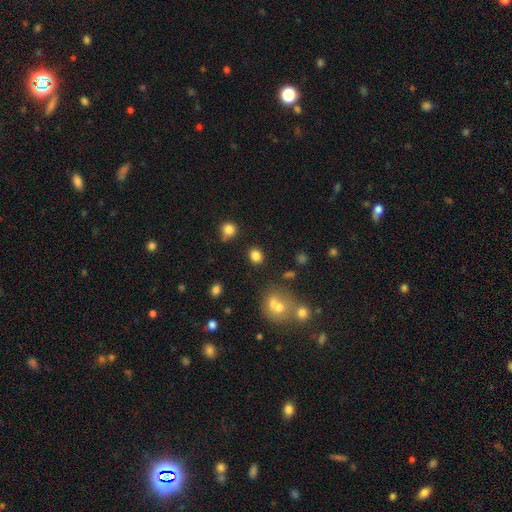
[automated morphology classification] smooth 83%, star or artifact 12%, featured or disk 5%. Down the decision tree: how rounded — round (60%); merging — none (82%).